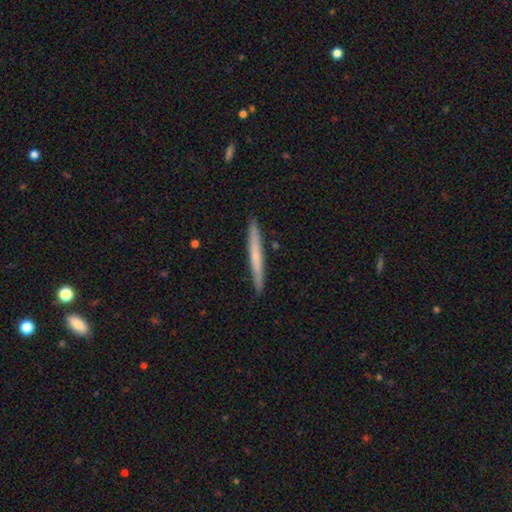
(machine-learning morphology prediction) A smooth galaxy with no disk features (53%) that is cigar-shaped (97%).

Vote fractions:
- Smooth or featured? smooth: 53% / featured or disk: 41% / star or artifact: 6%
- How rounded? cigar-shaped: 97% / in between: 2% / round: 1%
- Merging? none: 91% / minor disturbance: 7% / merger: 1% / major disturbance: 1%